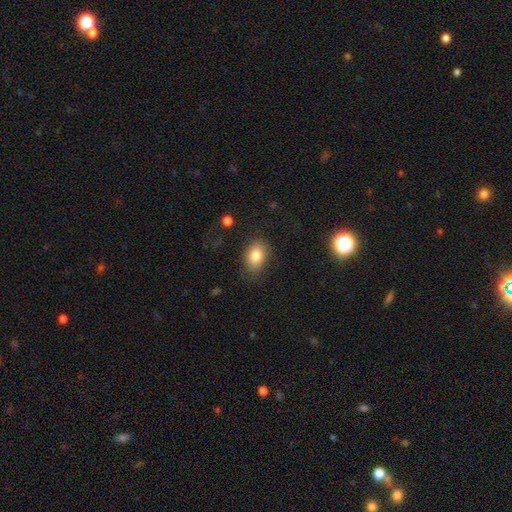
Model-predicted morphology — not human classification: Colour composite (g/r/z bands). It shows a smooth galaxy with no disk features (83%) that is in between round and cigar-shaped (77%). Merging: none (79%).